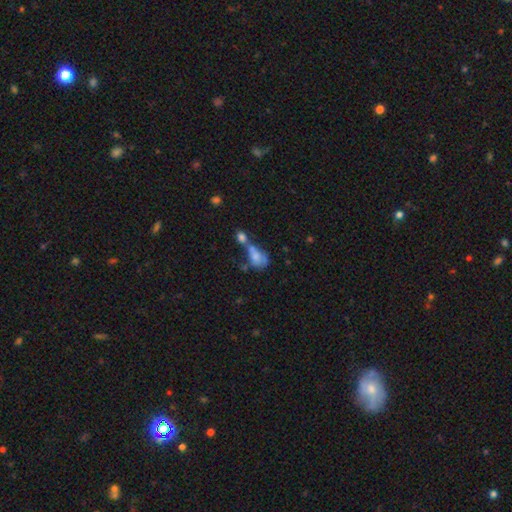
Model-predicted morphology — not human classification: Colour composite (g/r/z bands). It shows a smooth galaxy with no disk features (68%) that is in between round and cigar-shaped (71%). Merging: merger (62%).